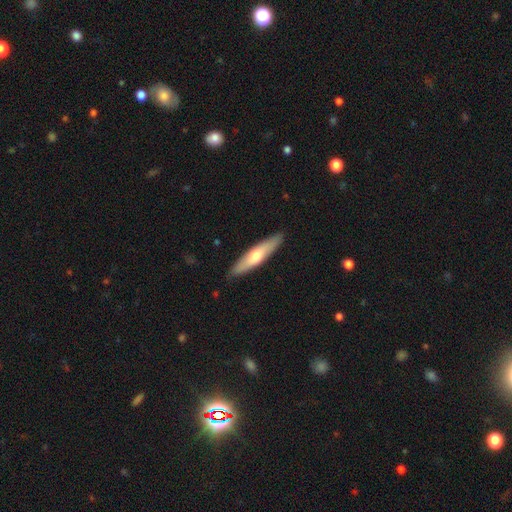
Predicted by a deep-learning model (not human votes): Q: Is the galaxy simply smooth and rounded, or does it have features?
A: smooth — 55%.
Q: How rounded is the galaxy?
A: cigar-shaped — 80%.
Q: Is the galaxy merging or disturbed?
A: none — 89%.